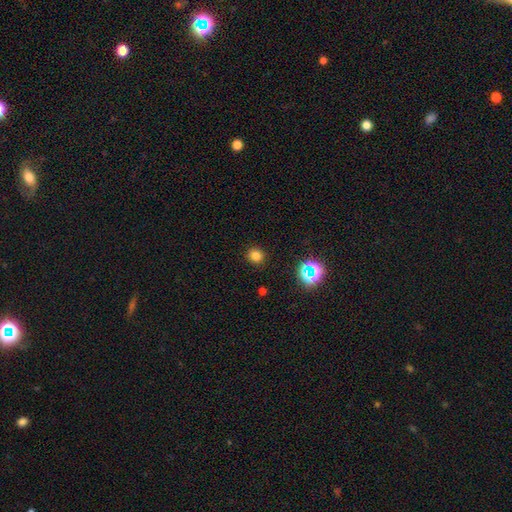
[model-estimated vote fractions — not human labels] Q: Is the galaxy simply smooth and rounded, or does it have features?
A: smooth — 78%.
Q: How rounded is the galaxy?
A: round — 90%.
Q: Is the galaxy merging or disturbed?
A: none — 91%.